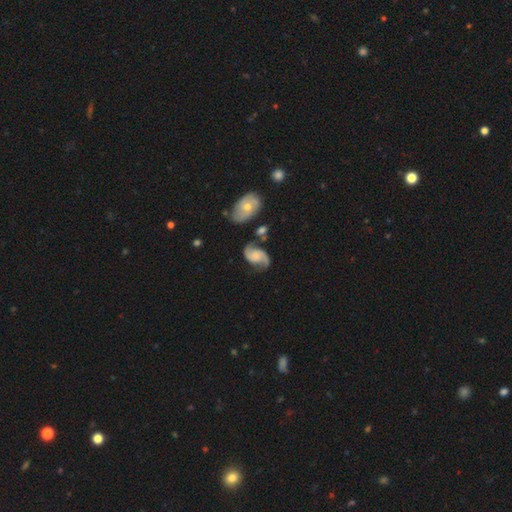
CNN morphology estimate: type=featured or disk (84%); edge-on=no (97%); bar=no (62%); spiral arms=yes (96%); winding=medium (45%); arm count=2 (91%); bulge=small (34%); merging=none (66%).